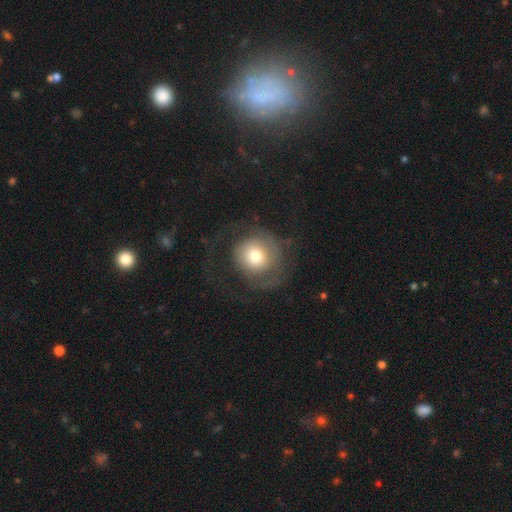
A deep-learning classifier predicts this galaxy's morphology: Q: Smooth or featured?
A: smooth (60%); runner-up: featured or disk (31%)
Q: How rounded?
A: round (88%); runner-up: in between (12%)
Q: Merging?
A: none (46%); runner-up: major disturbance (36%)